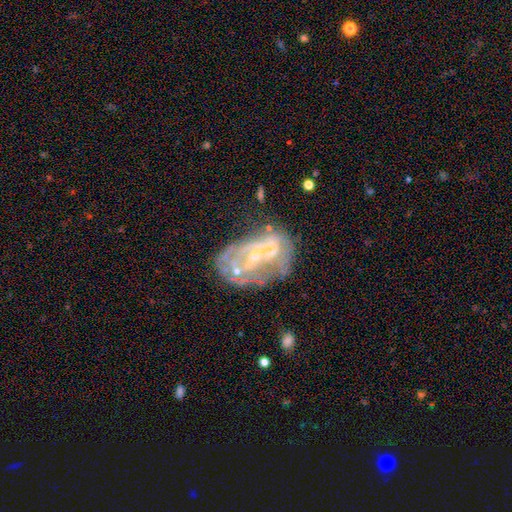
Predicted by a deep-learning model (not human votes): Smooth or featured?
  - featured or disk: 75% *
  - smooth: 15%
  - star or artifact: 11%
Edge-on disk?
  - no: 96% *
  - yes: 4%
Bar?
  - no: 63% *
  - weak: 25%
  - strong: 12%
Spiral arms?
  - no: 61% *
  - yes: 39%
Bulge size?
  - small: 48% *
  - moderate: 38%
  - none: 10%
  - large: 3%
  - dominant: 2%
Merging?
  - merger: 36% *
  - none: 27%
  - major disturbance: 21%
  - minor disturbance: 16%